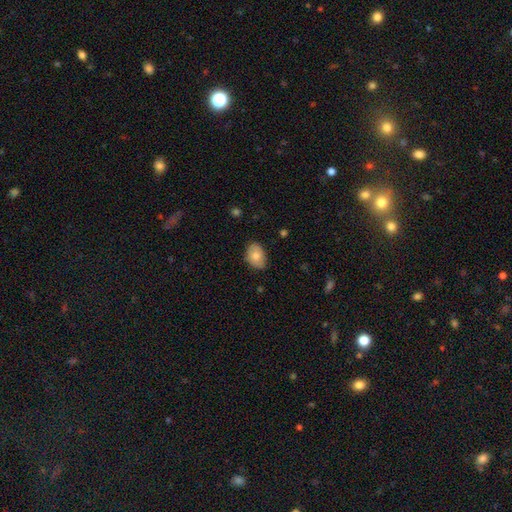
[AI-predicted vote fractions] The model was most divided on "how rounded": in between: 81%, round: 18%, cigar-shaped: 1%. More confident: merging — none (81%); smooth or featured — smooth (78%).